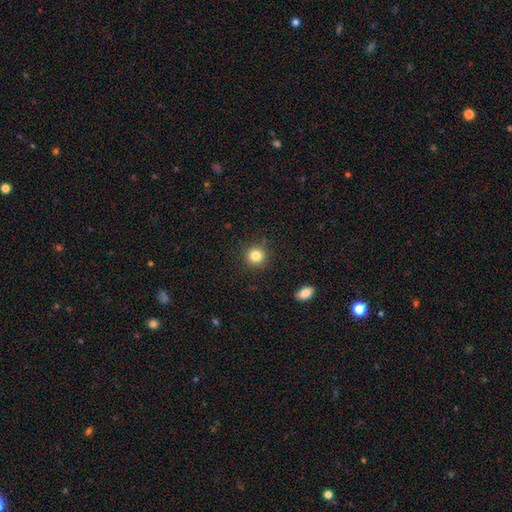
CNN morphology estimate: smooth-or-featured: smooth: 83% | star or artifact: 11% | featured or disk: 6%
  how-rounded: round: 93% | in between: 6% | cigar-shaped: 1%
  merging: none: 90% | minor disturbance: 6% | major disturbance: 2% | merger: 1%